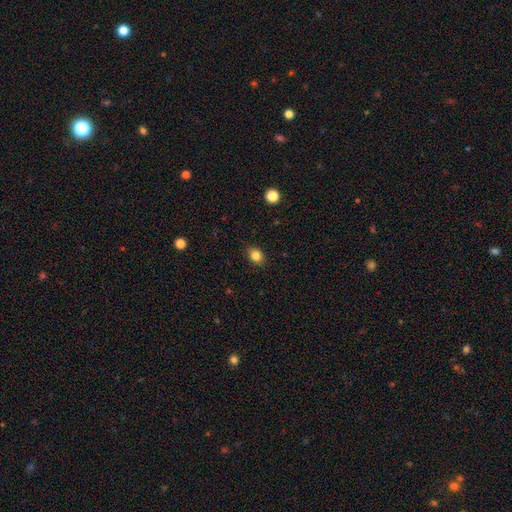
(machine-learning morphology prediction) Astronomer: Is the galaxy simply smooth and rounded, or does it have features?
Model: smooth — 83%.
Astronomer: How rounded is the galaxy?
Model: round — 50% (runner-up: in between, 49%).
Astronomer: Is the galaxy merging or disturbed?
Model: none — 86%.